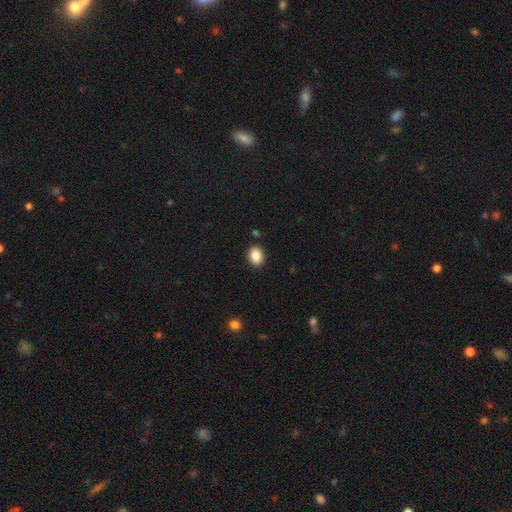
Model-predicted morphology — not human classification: Smooth or featured? Predicted: smooth (p=0.88). How rounded? Predicted: in between (p=0.58). Merging? Predicted: none (p=0.88).